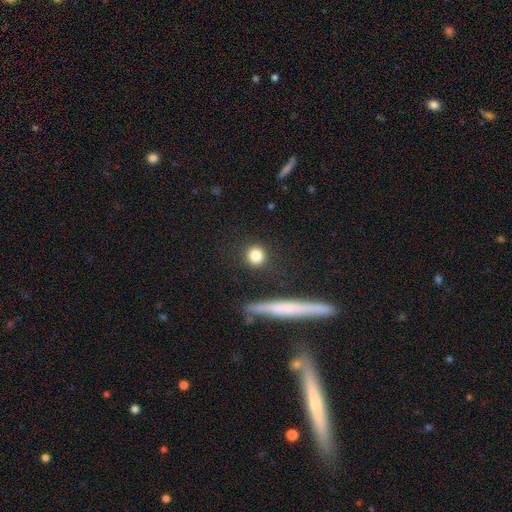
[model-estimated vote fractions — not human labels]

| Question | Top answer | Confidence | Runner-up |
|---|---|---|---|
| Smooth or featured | smooth | 82% | star or artifact (10%) |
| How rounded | round | 88% | in between (9%) |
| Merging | none | 88% | minor disturbance (7%) |